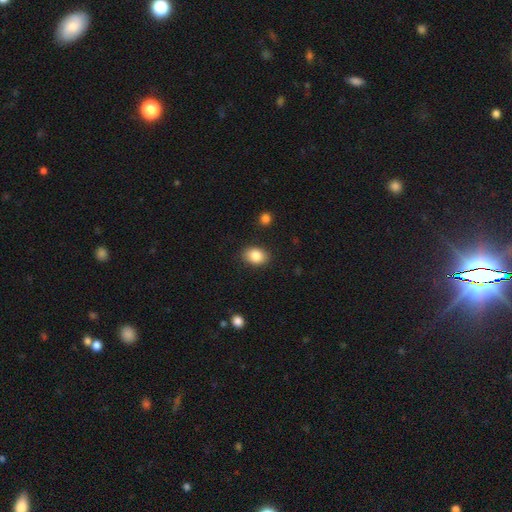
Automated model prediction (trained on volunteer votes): Smooth or featured: smooth — 85% (star or artifact — 8%)
How rounded: in between — 73% (round — 26%)
Merging: none — 87% (minor disturbance — 9%)